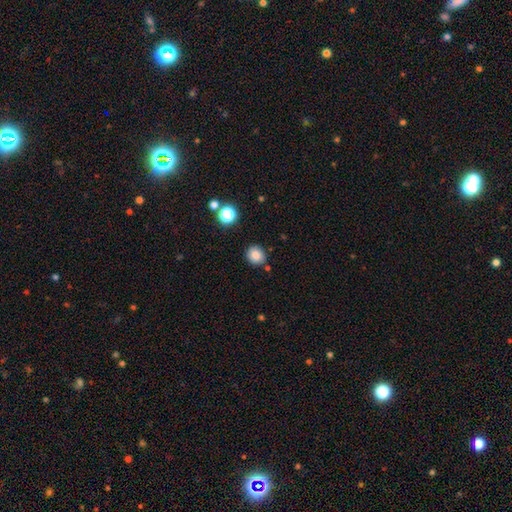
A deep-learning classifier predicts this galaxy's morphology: Smooth or featured?
  - smooth: 84% *
  - star or artifact: 11%
  - featured or disk: 5%
How rounded?
  - round: 79% *
  - in between: 20%
  - cigar-shaped: 1%
Merging?
  - none: 83% *
  - minor disturbance: 10%
  - merger: 4%
  - major disturbance: 2%